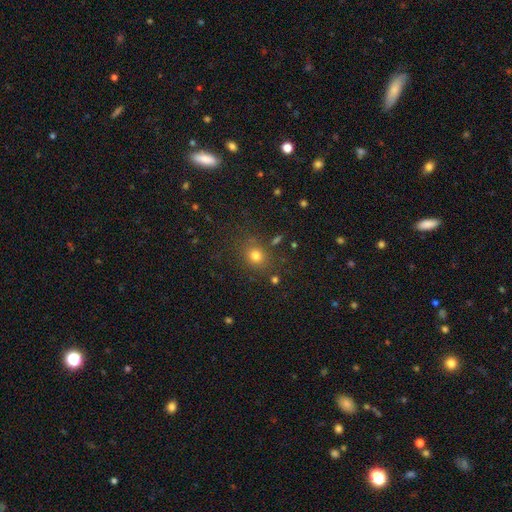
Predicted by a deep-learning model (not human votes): Smooth or featured?
  - smooth: 76% *
  - star or artifact: 17%
  - featured or disk: 7%
How rounded?
  - round: 75% *
  - in between: 24%
  - cigar-shaped: 1%
Merging?
  - none: 80% *
  - minor disturbance: 11%
  - major disturbance: 5%
  - merger: 4%